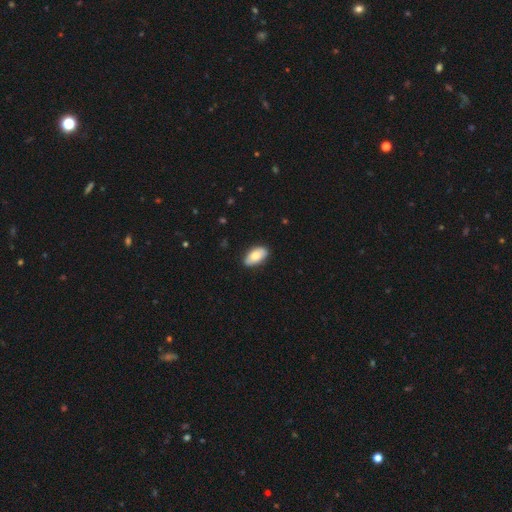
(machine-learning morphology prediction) smooth_or_featured: smooth (p=0.79) [alt: featured or disk p=0.15]
how_rounded: in between (p=0.94) [alt: round p=0.03]
merging: none (p=0.87) [alt: minor disturbance p=0.10]